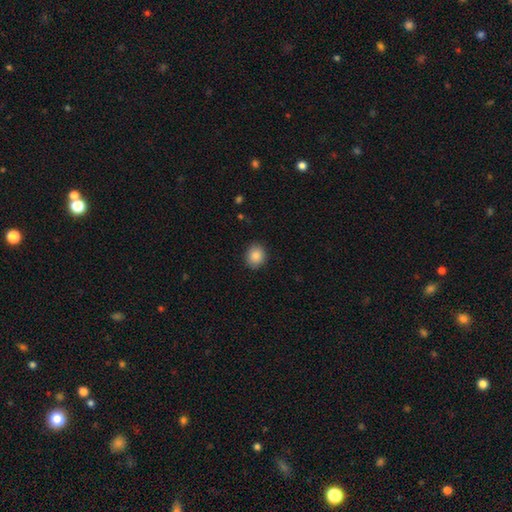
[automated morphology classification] Smooth or featured: smooth — 87% (star or artifact — 9%)
How rounded: round — 75% (in between — 24%)
Merging: none — 89% (minor disturbance — 8%)